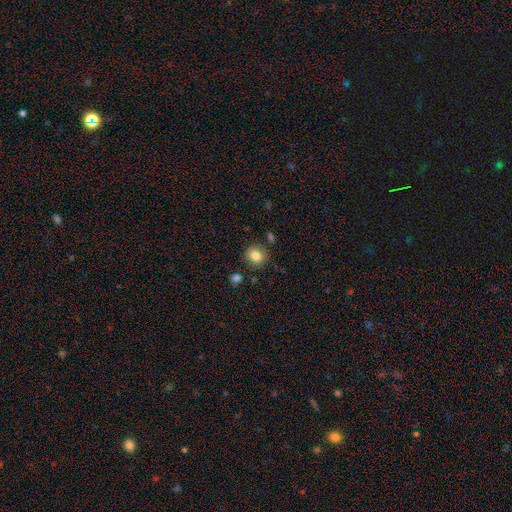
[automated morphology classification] Smooth or featured? smooth (84%)
How rounded? round (79%)
Merging? none (83%)